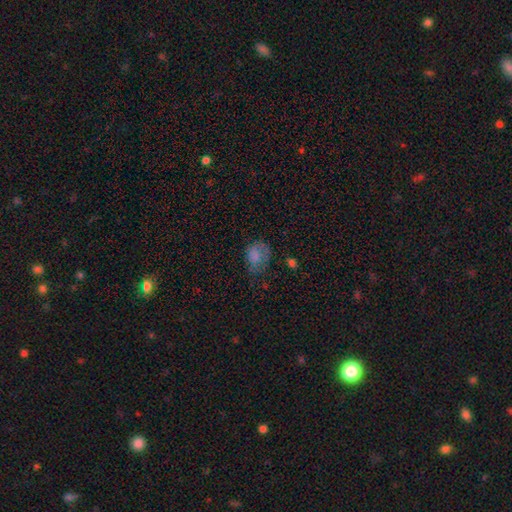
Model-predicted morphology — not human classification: This is likely a smooth galaxy (71%). How rounded: likely in between (62%). Merging: marginally none (45%).